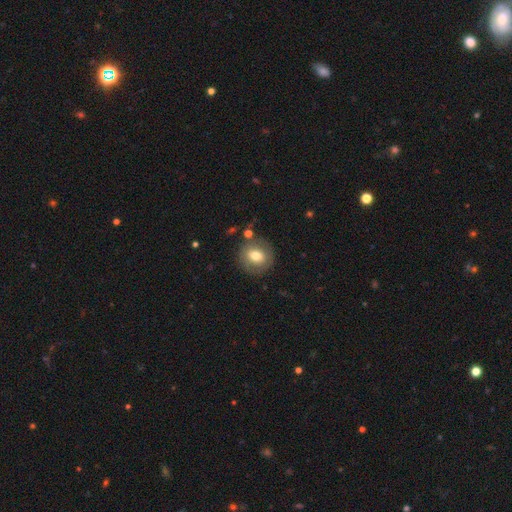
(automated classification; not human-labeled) smooth_or_featured: smooth (p=0.72) [alt: featured or disk p=0.19]
how_rounded: round (p=0.85) [alt: in between p=0.14]
merging: none (p=0.84) [alt: minor disturbance p=0.10]